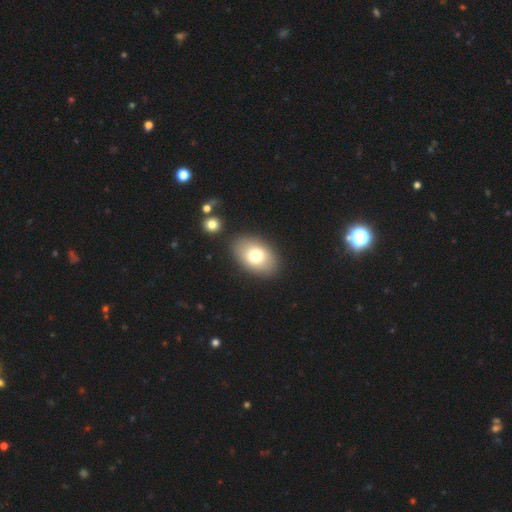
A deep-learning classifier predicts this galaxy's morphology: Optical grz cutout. It shows a smooth galaxy with no disk features (75%) that is in between round and cigar-shaped (85%). Merging: none (86%).